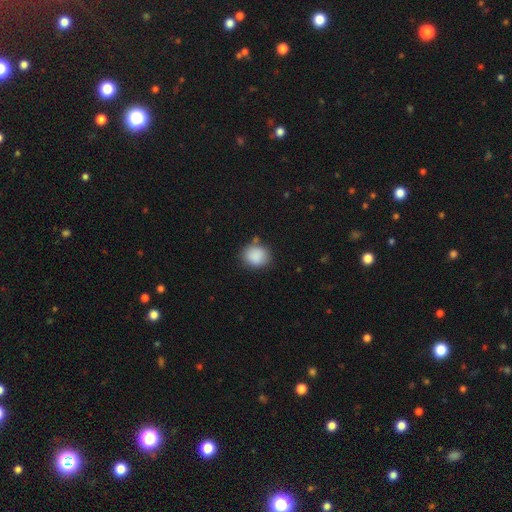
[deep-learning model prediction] Morphology: type=smooth (88%); roundness=round (68%); merging=none (78%).